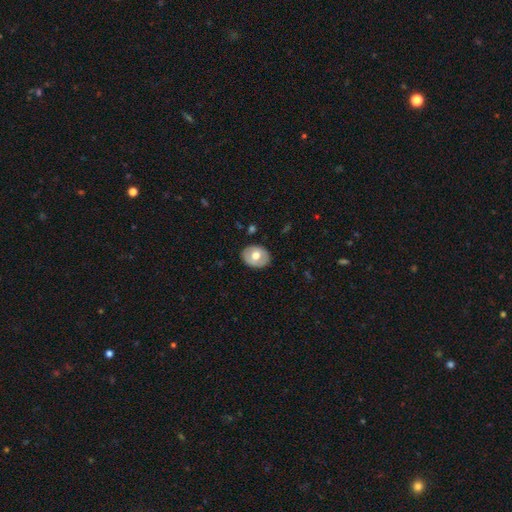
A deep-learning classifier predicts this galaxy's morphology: Q: Smooth or featured?
A: smooth (59%); runner-up: featured or disk (35%)
Q: How rounded?
A: in between (59%); runner-up: round (40%)
Q: Merging?
A: none (86%); runner-up: minor disturbance (11%)